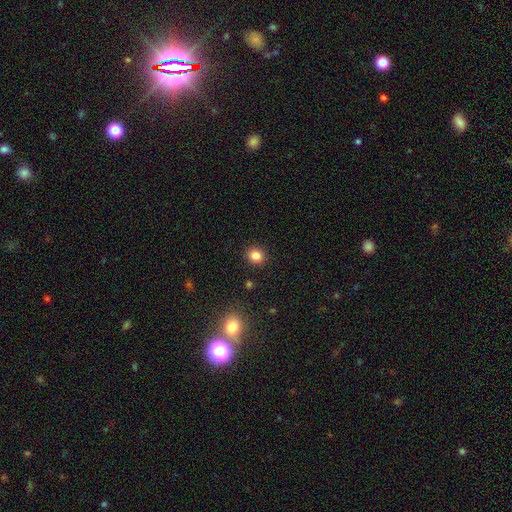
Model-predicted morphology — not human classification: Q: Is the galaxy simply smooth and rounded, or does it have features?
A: smooth — 83%.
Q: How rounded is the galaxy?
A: round — 82%.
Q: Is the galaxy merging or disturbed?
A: none — 90%.